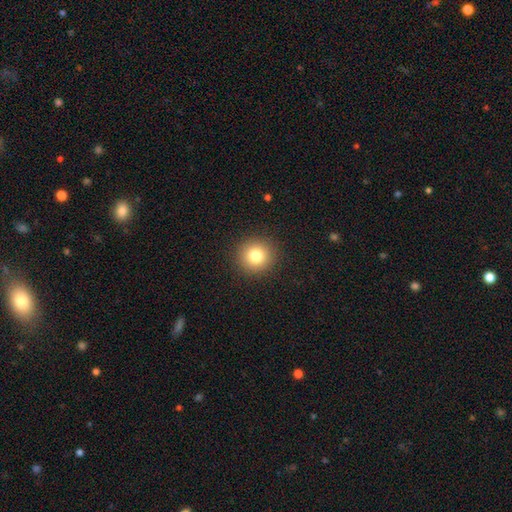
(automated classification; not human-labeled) Q: Smooth or featured?
A: smooth (80%); runner-up: star or artifact (12%)
Q: How rounded?
A: round (93%); runner-up: in between (6%)
Q: Merging?
A: none (91%); runner-up: minor disturbance (6%)